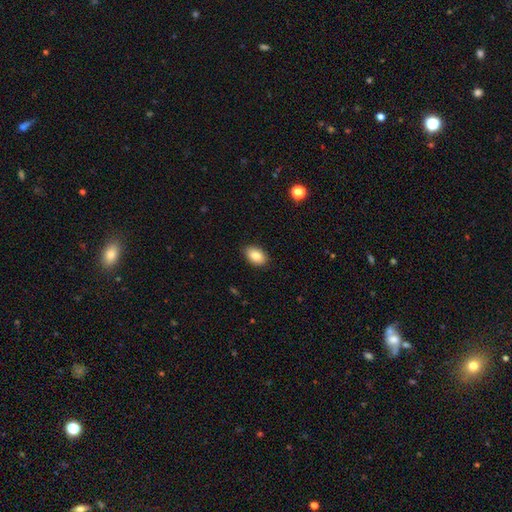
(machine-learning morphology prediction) type=smooth (86%); roundness=in between (90%); merging=none (87%).